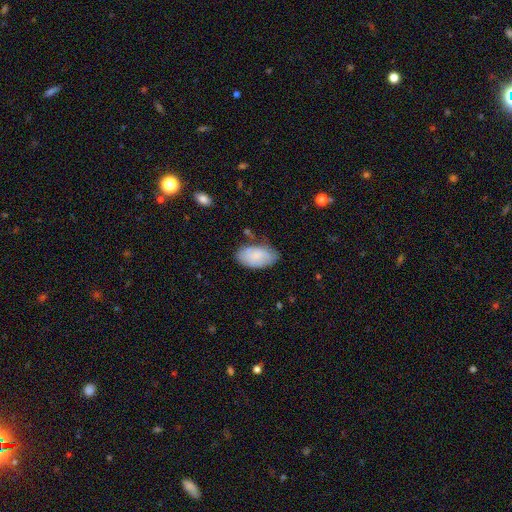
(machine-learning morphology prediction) Smooth or featured?
  - smooth: 78% *
  - featured or disk: 16%
  - star or artifact: 6%
How rounded?
  - in between: 95% *
  - round: 3%
  - cigar-shaped: 2%
Merging?
  - none: 68% *
  - minor disturbance: 23%
  - major disturbance: 5%
  - merger: 4%